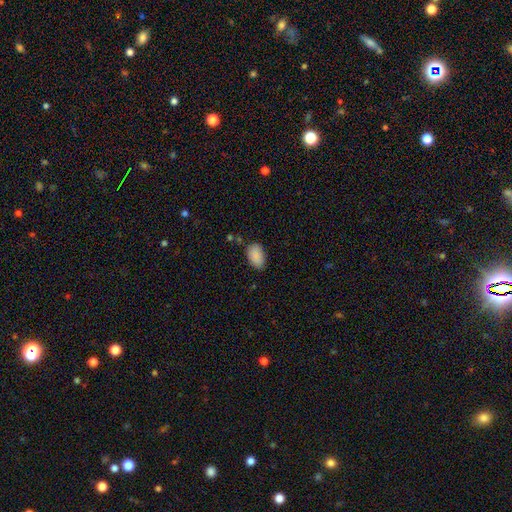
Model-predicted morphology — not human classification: Smooth or featured?
  - smooth: 89% *
  - star or artifact: 7%
  - featured or disk: 4%
How rounded?
  - in between: 92% *
  - round: 7%
  - cigar-shaped: 1%
Merging?
  - none: 75% *
  - minor disturbance: 19%
  - major disturbance: 4%
  - merger: 2%